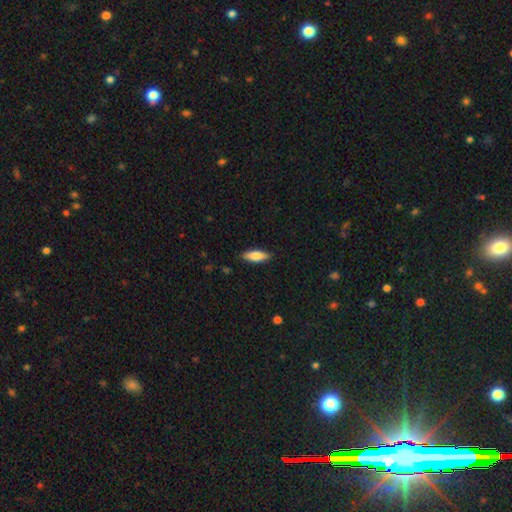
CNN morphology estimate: Smooth or featured? smooth (79%)
How rounded? in between (62%)
Merging? none (88%)